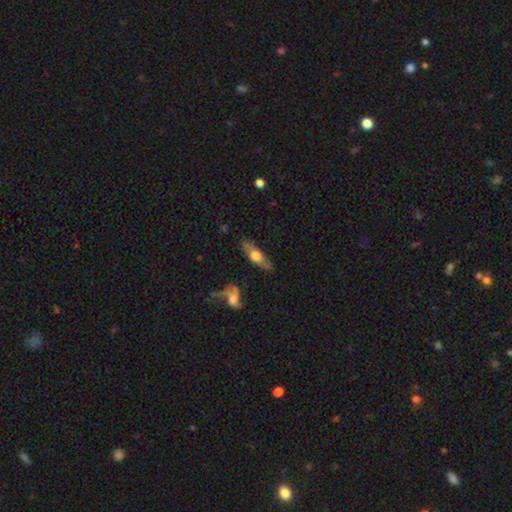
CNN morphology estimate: Smooth or featured?
  - featured or disk: 49% *
  - smooth: 44%
  - star or artifact: 6%
Merging?
  - none: 80% *
  - minor disturbance: 13%
  - major disturbance: 4%
  - merger: 3%